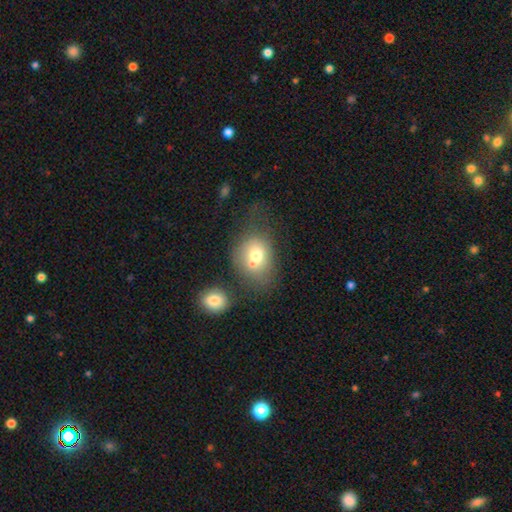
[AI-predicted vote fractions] This appears to be a smooth galaxy with no disk features (69%) that is round (58%). Merging: merger (38%).